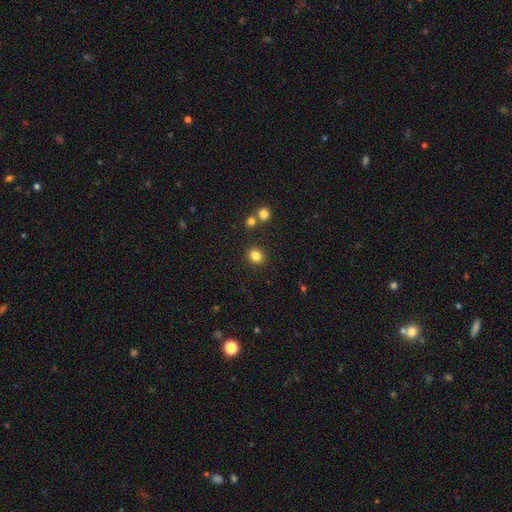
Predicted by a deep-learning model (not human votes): Smooth or featured: smooth — 83% (star or artifact — 12%)
How rounded: round — 70% (in between — 29%)
Merging: none — 87% (minor disturbance — 7%)